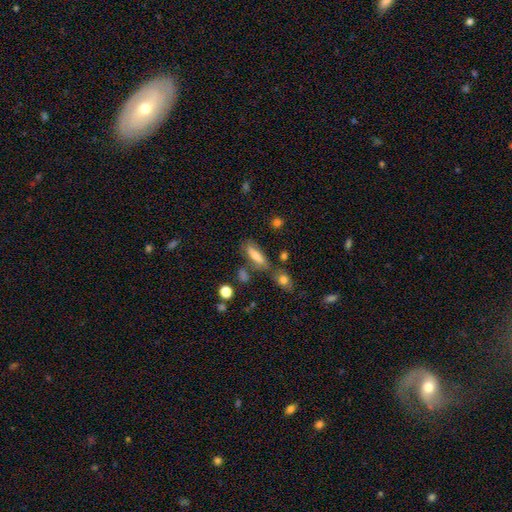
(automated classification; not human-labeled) A smooth galaxy with no disk features (69%) that is in between round and cigar-shaped (55%). Merging: none (62%).